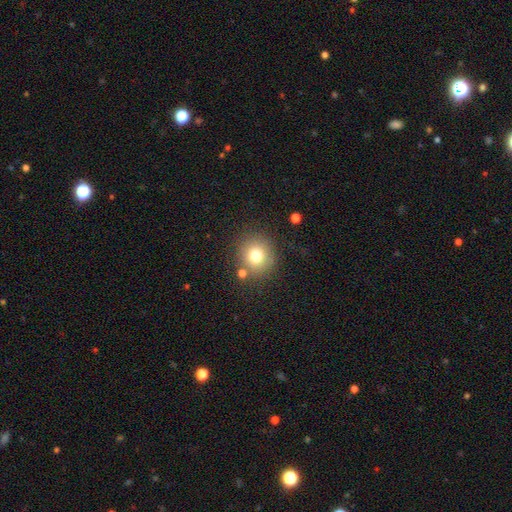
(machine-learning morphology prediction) Smooth or featured?
  - smooth: 76% *
  - star or artifact: 12%
  - featured or disk: 11%
How rounded?
  - round: 88% *
  - in between: 11%
  - cigar-shaped: 1%
Merging?
  - none: 79% *
  - minor disturbance: 10%
  - merger: 7%
  - major disturbance: 4%